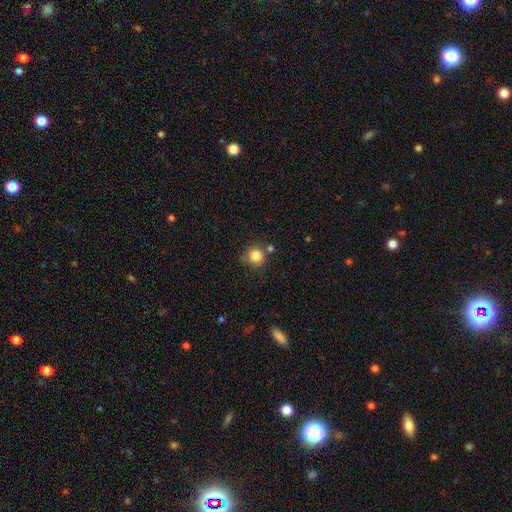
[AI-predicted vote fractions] A smooth galaxy with no disk features (83%) that is round (83%). Merging: none (68%).